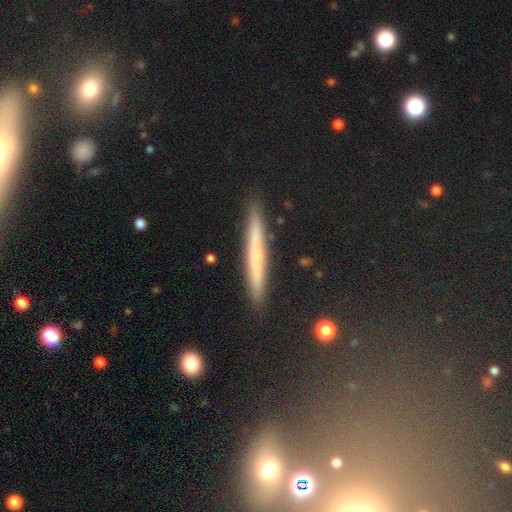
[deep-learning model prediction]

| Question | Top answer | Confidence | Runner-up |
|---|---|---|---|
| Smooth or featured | smooth | 53% | featured or disk (36%) |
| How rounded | cigar-shaped | 96% | in between (3%) |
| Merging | none | 90% | minor disturbance (7%) |